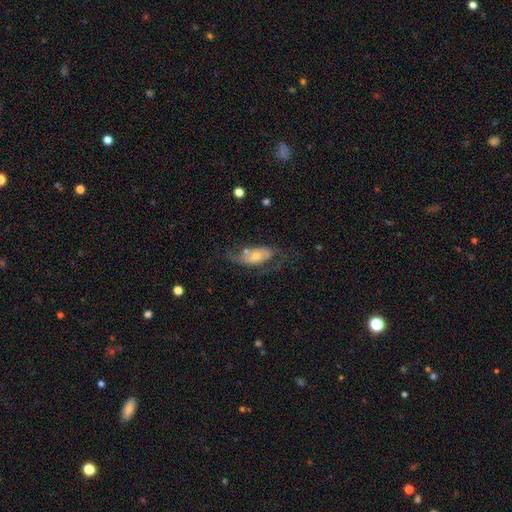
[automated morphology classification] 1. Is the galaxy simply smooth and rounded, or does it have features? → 65% featured or disk, 25% smooth, 9% star or artifact.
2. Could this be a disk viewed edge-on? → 89% no, 11% yes.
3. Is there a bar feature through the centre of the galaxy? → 67% no, 25% weak, 8% strong.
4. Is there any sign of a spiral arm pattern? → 74% yes, 26% no.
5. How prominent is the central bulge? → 47% moderate, 45% small, 4% large, 2% none, 1% dominant.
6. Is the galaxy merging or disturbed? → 46% none, 27% major disturbance, 21% minor disturbance, 6% merger.